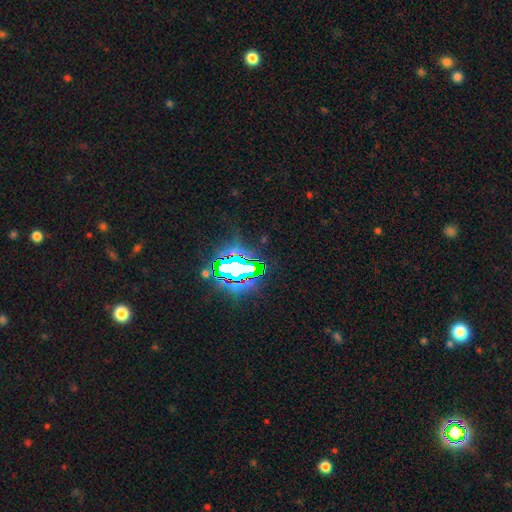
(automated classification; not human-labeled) A star or artifact, not a galaxy (81%).

Vote fractions:
- Smooth or featured? star or artifact: 81% / smooth: 11% / featured or disk: 9%